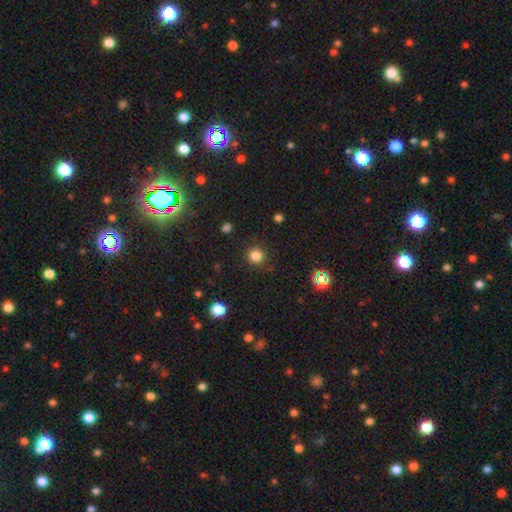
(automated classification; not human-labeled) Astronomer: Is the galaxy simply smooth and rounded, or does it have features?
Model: smooth — 82%.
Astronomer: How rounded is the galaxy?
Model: round — 92%.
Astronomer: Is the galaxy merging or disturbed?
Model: none — 87%.